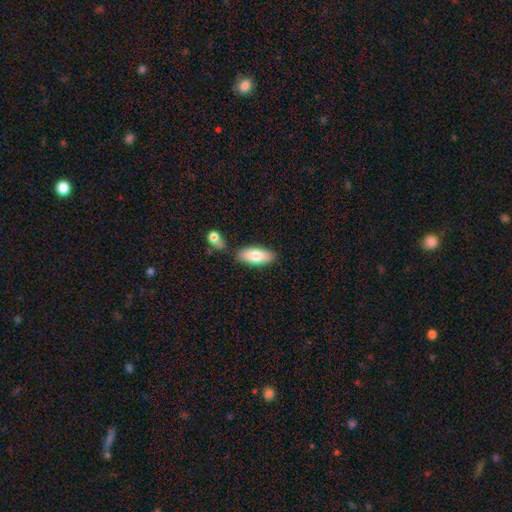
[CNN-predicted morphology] Smooth or featured? smooth (79%)
How rounded? in between (84%)
Merging? none (75%)